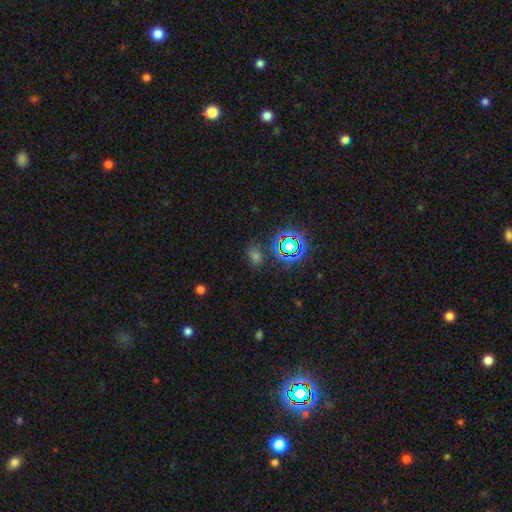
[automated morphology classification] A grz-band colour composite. It shows a star or artifact, not a galaxy (53%).